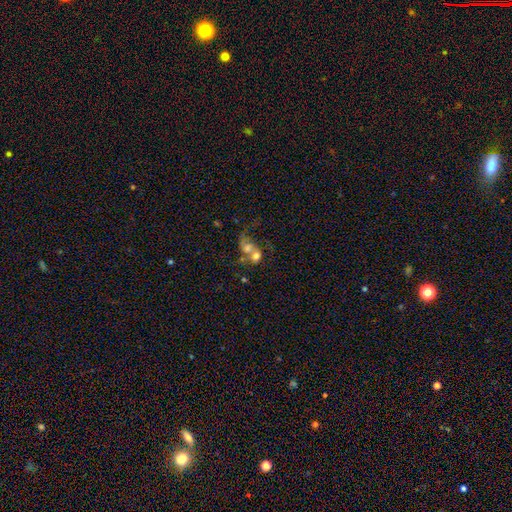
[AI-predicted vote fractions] This is possibly a smooth galaxy (57%). How rounded: possibly round (58%). Merging: likely merger (69%).